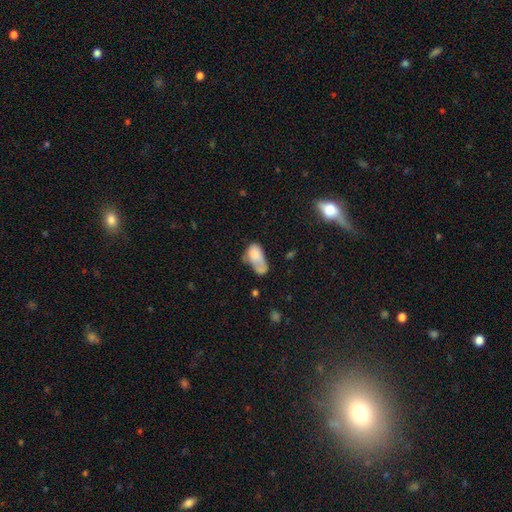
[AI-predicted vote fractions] Smooth or featured?
  - smooth: 73% *
  - featured or disk: 18%
  - star or artifact: 9%
How rounded?
  - in between: 90% *
  - round: 6%
  - cigar-shaped: 4%
Merging?
  - major disturbance: 28% * (tied)
  - minor disturbance: 28% * (tied)
  - none: 24%
  - merger: 20%